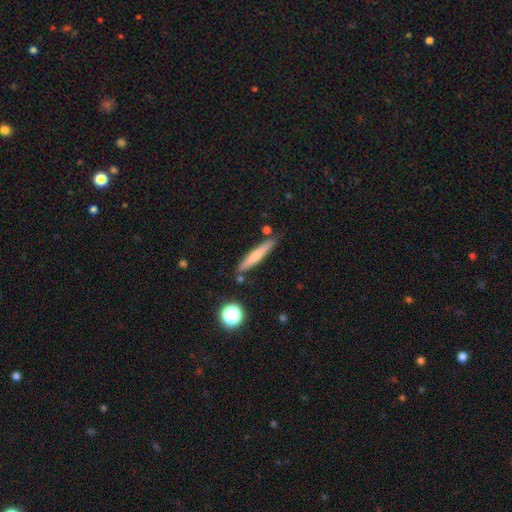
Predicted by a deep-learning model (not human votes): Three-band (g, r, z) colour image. It shows a smooth galaxy with no disk features (58%) that is cigar-shaped (92%). Merging: none (84%).